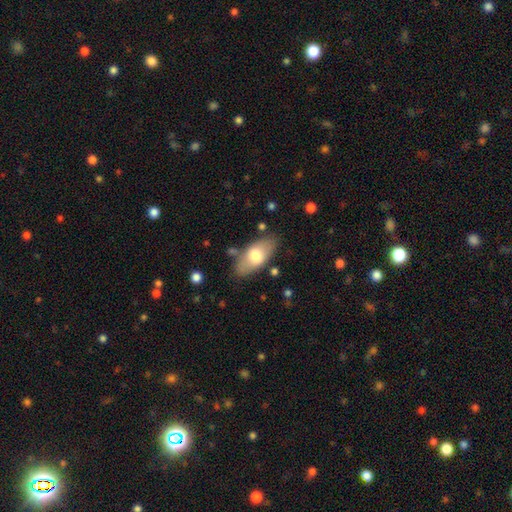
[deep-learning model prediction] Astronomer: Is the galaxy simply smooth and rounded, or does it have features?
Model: smooth — 69%.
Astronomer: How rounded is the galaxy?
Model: in between — 88%.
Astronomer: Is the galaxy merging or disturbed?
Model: none — 78%.